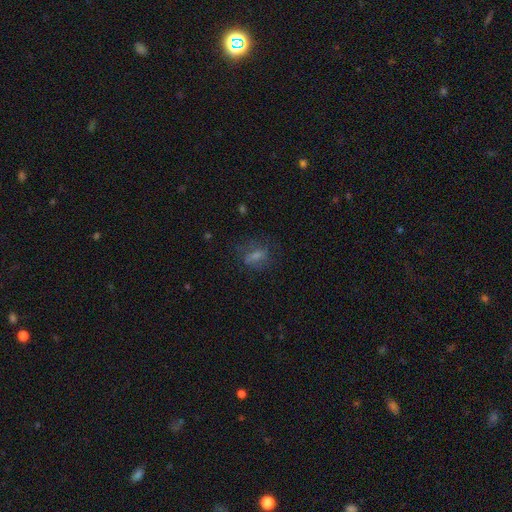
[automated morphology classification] Q: Smooth or featured?
A: smooth (57%); runner-up: featured or disk (27%)
Q: How rounded?
A: in between (63%); runner-up: round (24%)
Q: Merging?
A: none (62%); runner-up: minor disturbance (20%)